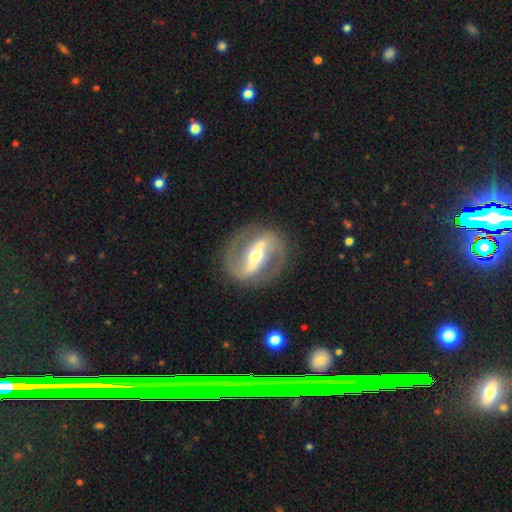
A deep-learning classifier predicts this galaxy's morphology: The model was most divided on "bulge size": moderate: 56%, small: 37%, large: 4%, dominant: 1%, none: 1%. Remaining: edge-on disk — no (94%); spiral arm count — 2 (91%); spiral arms — yes (87%); smooth or featured — featured or disk (86%); merging — none (85%); bar — strong (69%); spiral winding — medium (50%).